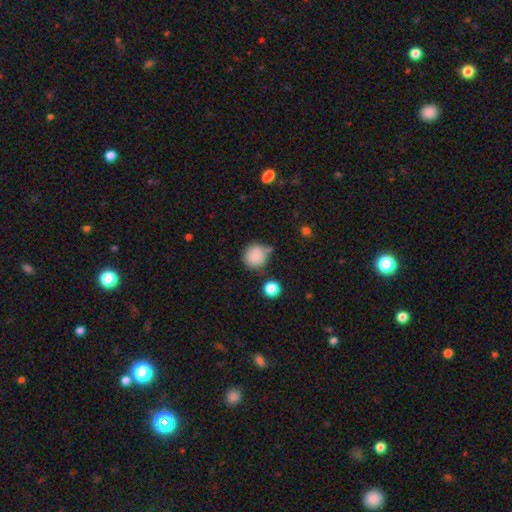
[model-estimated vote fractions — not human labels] Overall: smooth (85%). How rounded: round (90%). Merging: none (66%).